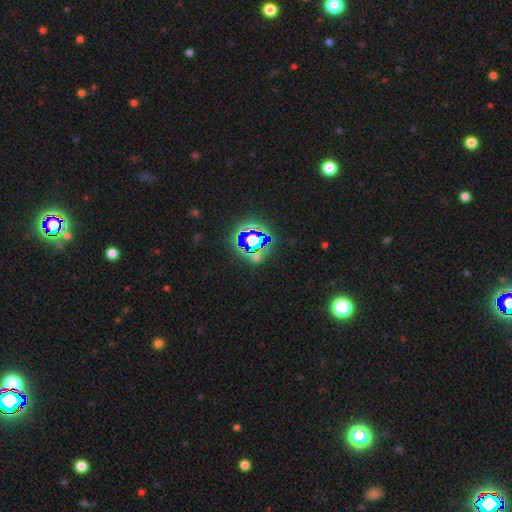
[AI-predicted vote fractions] A star or artifact, not a galaxy (70%).